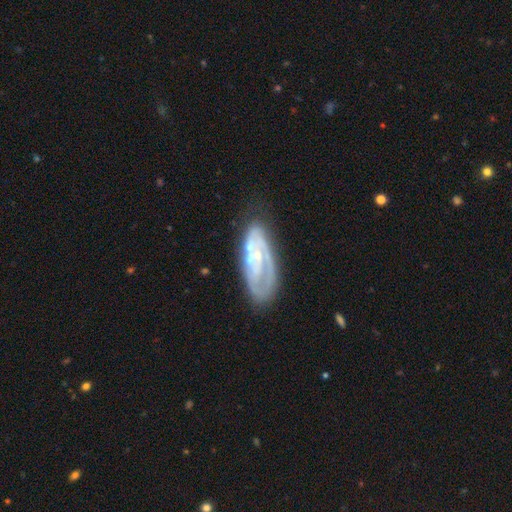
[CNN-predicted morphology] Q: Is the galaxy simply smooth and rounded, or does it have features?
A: featured or disk — 76%.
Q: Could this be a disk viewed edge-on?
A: no — 92%.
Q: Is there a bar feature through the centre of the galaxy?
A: no — 60%.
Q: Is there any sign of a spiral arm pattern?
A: yes — 81%.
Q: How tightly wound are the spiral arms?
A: tight — 57%.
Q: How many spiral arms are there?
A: can't tell — 34%.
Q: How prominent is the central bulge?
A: small — 60%.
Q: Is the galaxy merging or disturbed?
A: none — 60%.